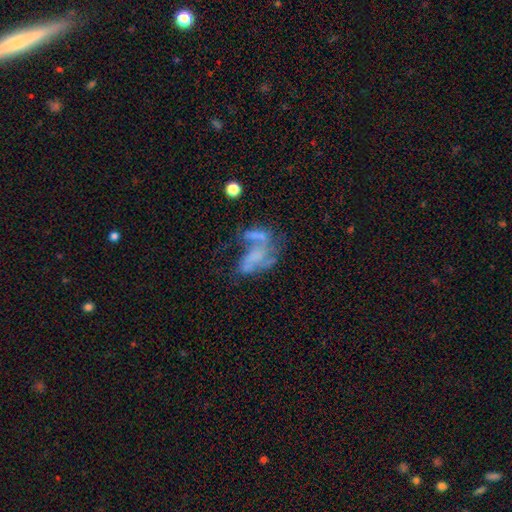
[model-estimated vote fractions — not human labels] featured or disk 64%, smooth 22%, star or artifact 14%. Down the decision tree: edge-on disk — no (96%); bar — no (73%); spiral arms — yes (52%); bulge size — none (68%); merging — major disturbance (36%).